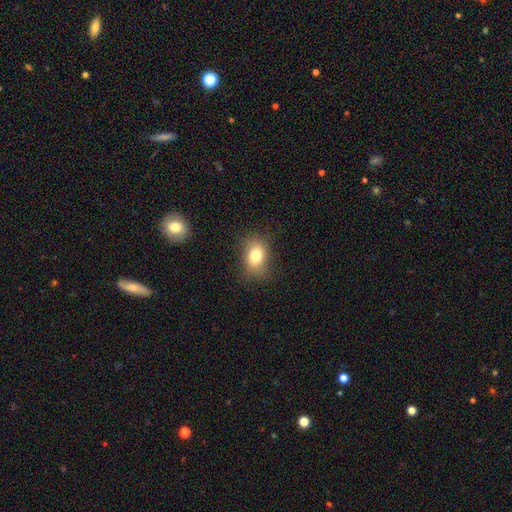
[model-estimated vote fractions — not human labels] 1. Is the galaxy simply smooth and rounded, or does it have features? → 78% smooth, 11% star or artifact, 11% featured or disk.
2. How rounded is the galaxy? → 68% in between, 31% round, 1% cigar-shaped.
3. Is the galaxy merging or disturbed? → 80% none, 14% minor disturbance, 4% major disturbance, 1% merger.